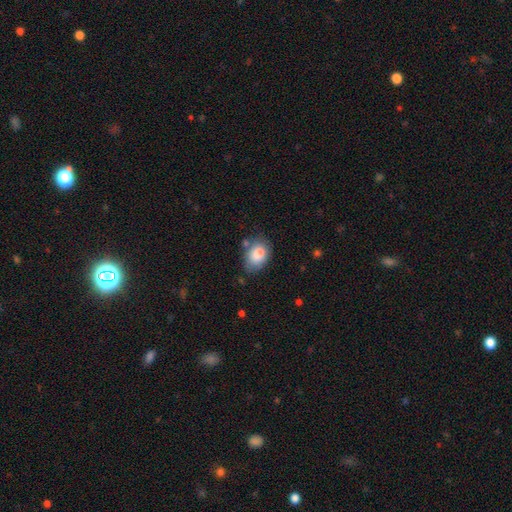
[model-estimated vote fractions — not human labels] The model was most divided on "merging": none: 63%, minor disturbance: 23%, merger: 8%, major disturbance: 6%. More confident: smooth or featured — smooth (83%); how rounded — in between (74%).